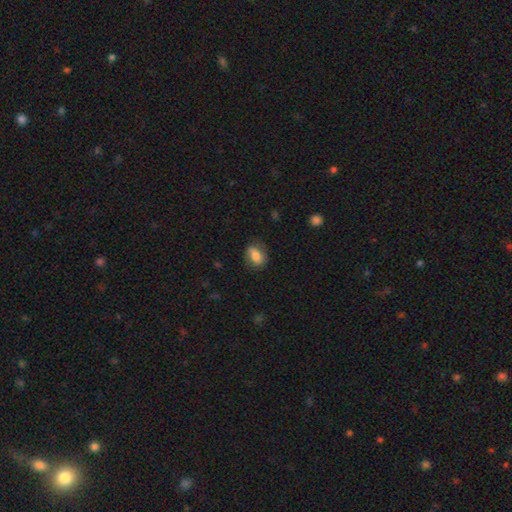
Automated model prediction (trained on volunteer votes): Smooth or featured: smooth — 73% (featured or disk — 19%)
How rounded: in between — 78% (round — 20%)
Merging: none — 71% (minor disturbance — 21%)